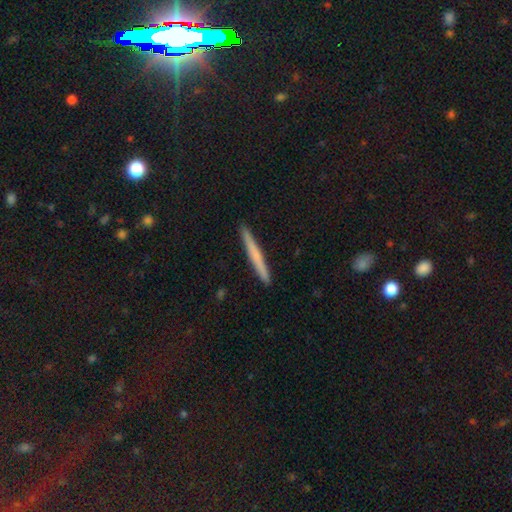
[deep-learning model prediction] Q: Smooth or featured?
A: smooth (58%); runner-up: featured or disk (36%)
Q: How rounded?
A: cigar-shaped (97%); runner-up: in between (2%)
Q: Merging?
A: none (92%); runner-up: minor disturbance (6%)